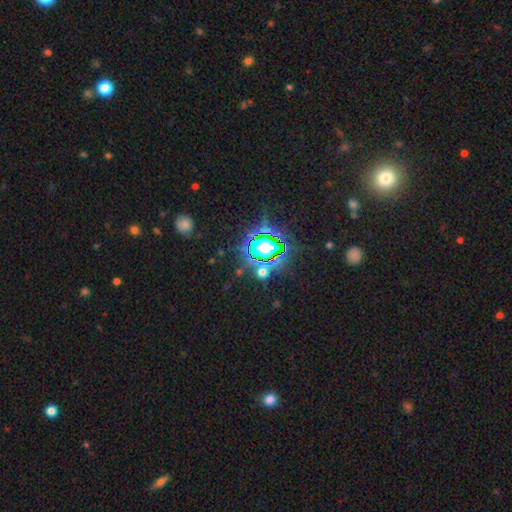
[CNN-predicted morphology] Q: Smooth or featured?
A: star or artifact (83%); runner-up: smooth (10%)